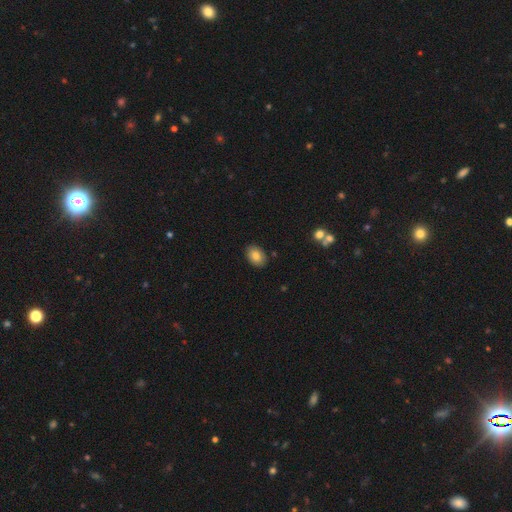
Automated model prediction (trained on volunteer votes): Smooth or featured: smooth — 82% (featured or disk — 10%)
How rounded: in between — 81% (round — 18%)
Merging: none — 88% (minor disturbance — 9%)